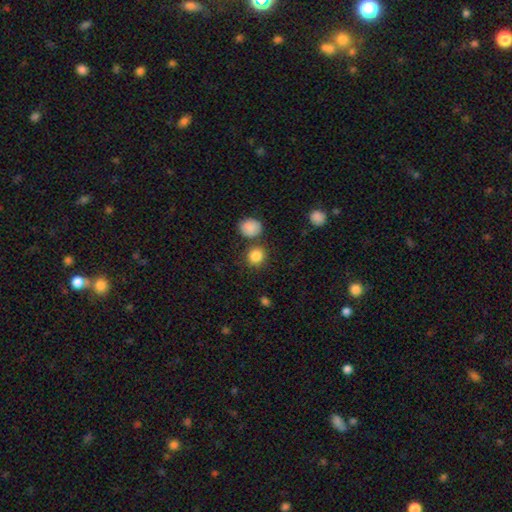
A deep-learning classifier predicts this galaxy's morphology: Q: Smooth or featured?
A: smooth (85%); runner-up: star or artifact (10%)
Q: How rounded?
A: round (85%); runner-up: in between (14%)
Q: Merging?
A: none (77%); runner-up: merger (11%)